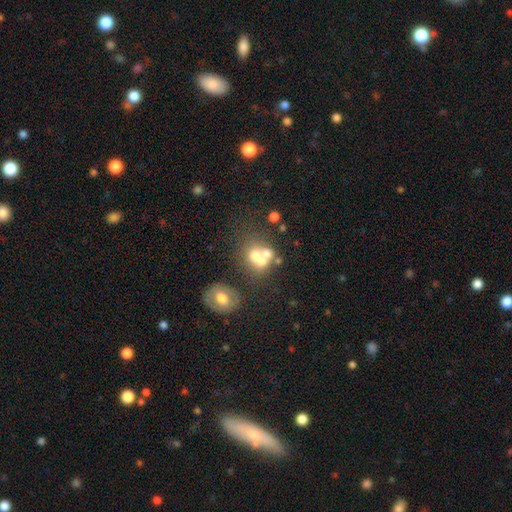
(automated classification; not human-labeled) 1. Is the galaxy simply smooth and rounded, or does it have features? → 56% smooth, 30% featured or disk, 14% star or artifact.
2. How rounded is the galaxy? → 68% round, 31% in between, 1% cigar-shaped.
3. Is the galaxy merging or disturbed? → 52% merger, 31% none, 9% minor disturbance, 7% major disturbance.